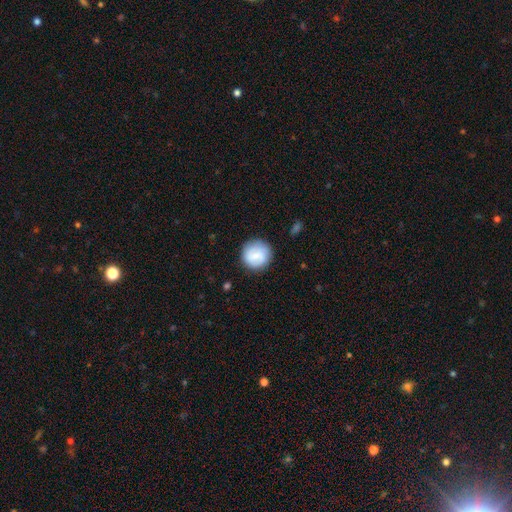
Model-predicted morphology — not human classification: Smooth or featured? Predicted: smooth (p=0.74). How rounded? Predicted: round (p=0.93). Merging? Predicted: none (p=0.86).